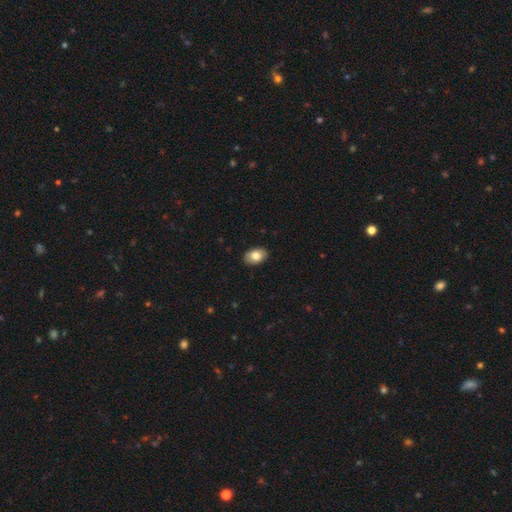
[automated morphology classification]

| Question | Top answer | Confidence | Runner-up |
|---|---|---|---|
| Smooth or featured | smooth | 78% | featured or disk (15%) |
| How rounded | in between | 88% | round (11%) |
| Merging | none | 89% | minor disturbance (8%) |